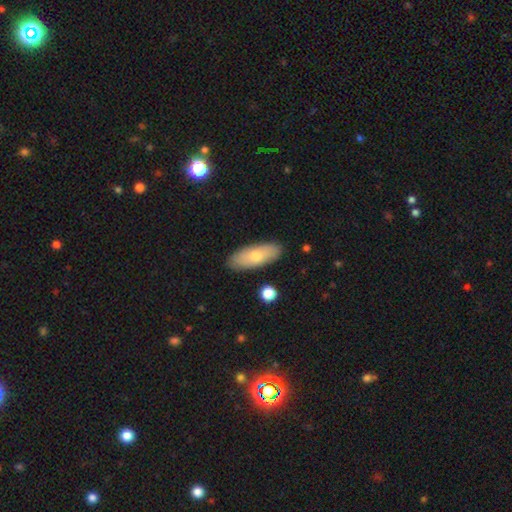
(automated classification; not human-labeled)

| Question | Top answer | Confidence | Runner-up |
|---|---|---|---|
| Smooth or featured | smooth | 69% | featured or disk (25%) |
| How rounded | in between | 74% | cigar-shaped (24%) |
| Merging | none | 88% | minor disturbance (8%) |